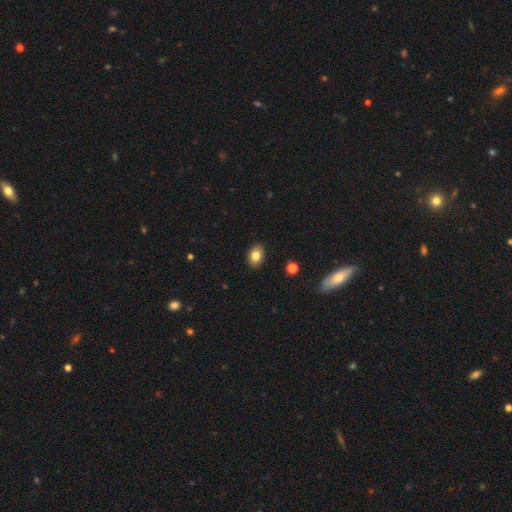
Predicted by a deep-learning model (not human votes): This is clearly a smooth galaxy (82%). How rounded: clearly in between (80%). Merging: clearly none (90%).